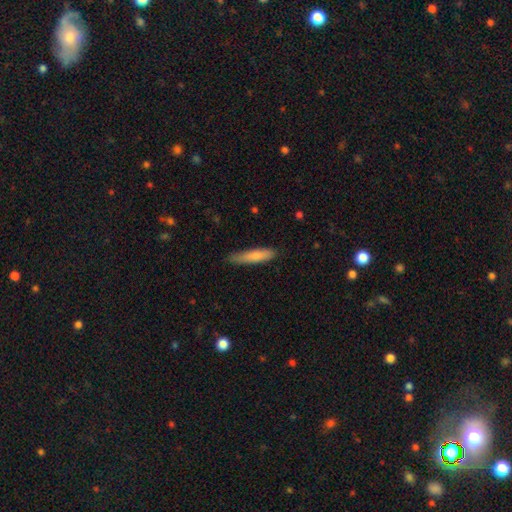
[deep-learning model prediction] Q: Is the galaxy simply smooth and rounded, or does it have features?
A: smooth — 79%.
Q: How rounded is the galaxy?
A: cigar-shaped — 83%.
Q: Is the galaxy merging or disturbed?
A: none — 74%.